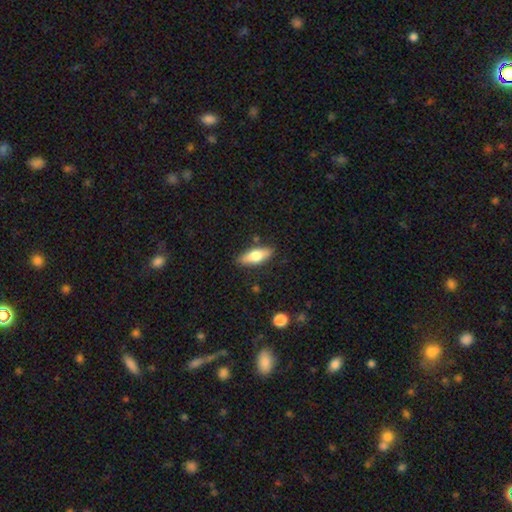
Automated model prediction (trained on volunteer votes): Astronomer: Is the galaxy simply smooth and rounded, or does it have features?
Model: smooth — 68%.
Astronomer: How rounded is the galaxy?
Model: in between — 65%.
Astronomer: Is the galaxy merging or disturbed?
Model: none — 84%.